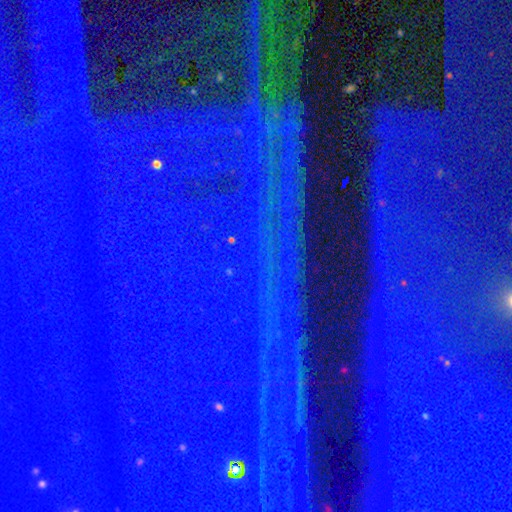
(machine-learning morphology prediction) This is clearly a star or artifact rather than a galaxy (88%).